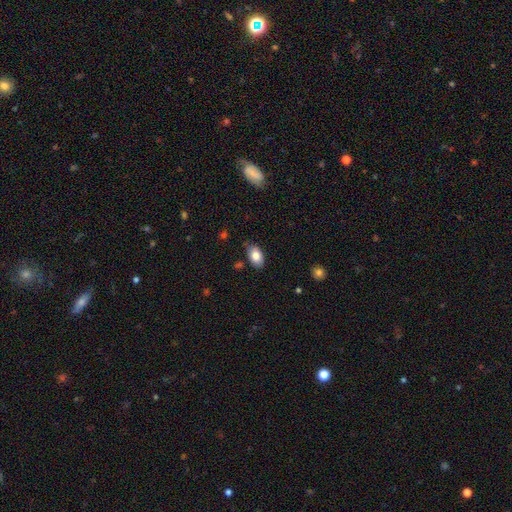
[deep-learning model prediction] Smooth or featured? smooth (82%)
How rounded? in between (92%)
Merging? none (79%)